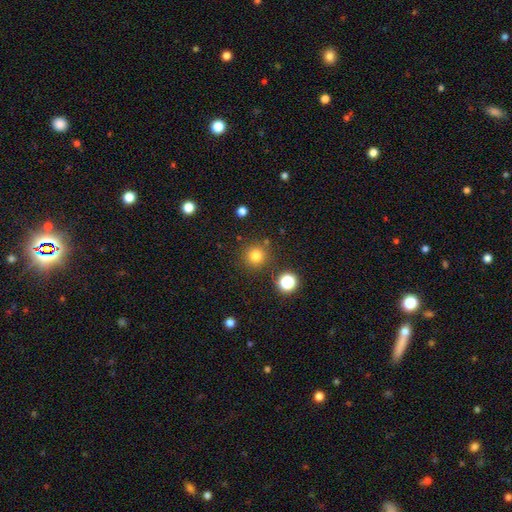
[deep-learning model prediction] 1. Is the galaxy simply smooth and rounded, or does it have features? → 78% smooth, 15% star or artifact, 6% featured or disk.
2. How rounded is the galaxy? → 95% round, 4% in between, 1% cigar-shaped.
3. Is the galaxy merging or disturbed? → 86% none, 7% minor disturbance, 4% merger, 3% major disturbance.